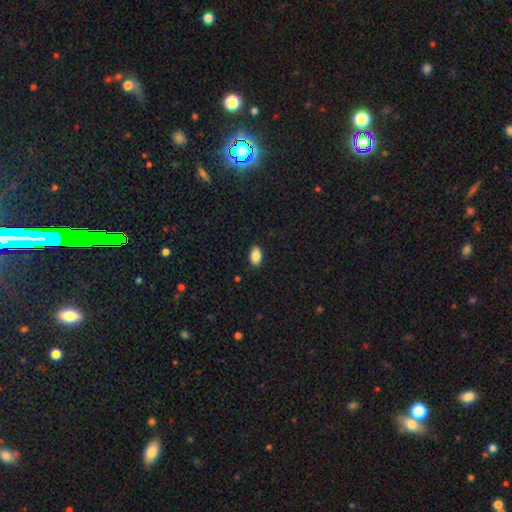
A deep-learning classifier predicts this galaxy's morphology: A smooth galaxy with no disk features (87%) that is in between round and cigar-shaped (92%).

Vote fractions:
- Smooth or featured? smooth: 87% / star or artifact: 8% / featured or disk: 6%
- How rounded? in between: 92% / round: 6% / cigar-shaped: 2%
- Merging? none: 89% / minor disturbance: 8% / major disturbance: 2% / merger: 1%